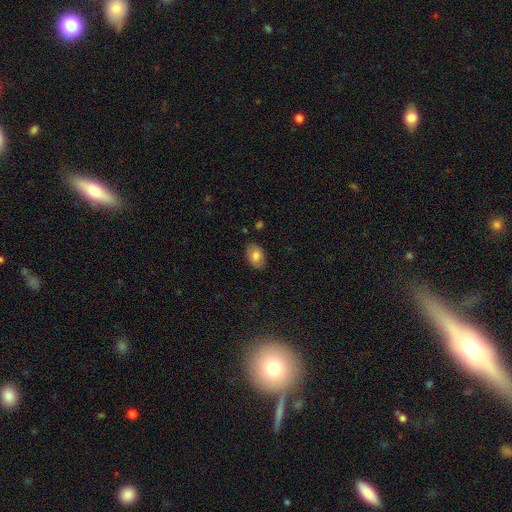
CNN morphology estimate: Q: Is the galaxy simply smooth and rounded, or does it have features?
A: smooth — 79%.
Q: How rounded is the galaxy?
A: in between — 88%.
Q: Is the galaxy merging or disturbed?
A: none — 85%.